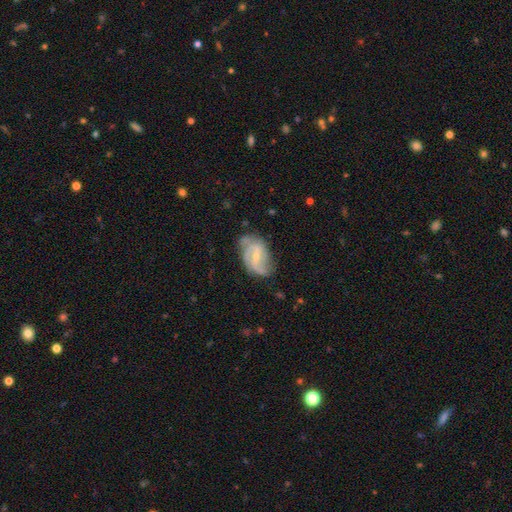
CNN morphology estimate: Overall: featured or disk (80%). Edge-on disk: no (97%). Bar: weak (52%; no 28%). Spiral arms: yes (92%). Spiral arm count: 2 (65%). Spiral winding: medium (44%; loose 37%). Bulge size: small (66%; moderate 29%). Merging: none (60%; minor disturbance 27%).